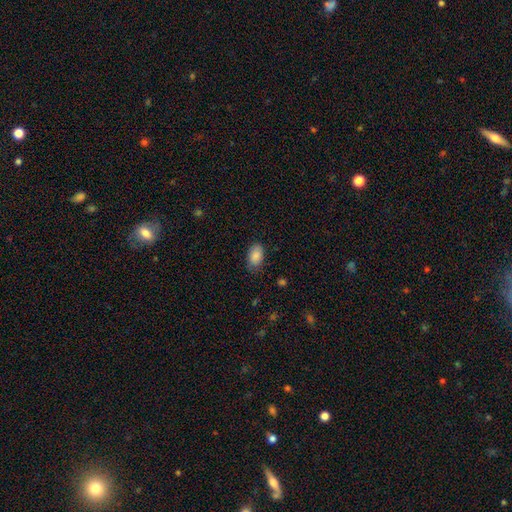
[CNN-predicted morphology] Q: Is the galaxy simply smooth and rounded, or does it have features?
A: smooth — 88%.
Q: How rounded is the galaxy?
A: in between — 91%.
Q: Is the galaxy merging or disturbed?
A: none — 77%.